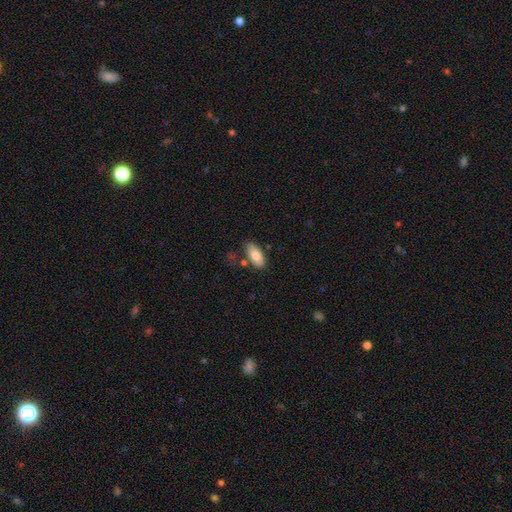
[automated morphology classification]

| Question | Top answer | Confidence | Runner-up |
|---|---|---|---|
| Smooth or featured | smooth | 83% | featured or disk (10%) |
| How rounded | in between | 89% | cigar-shaped (9%) |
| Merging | none | 73% | minor disturbance (15%) |